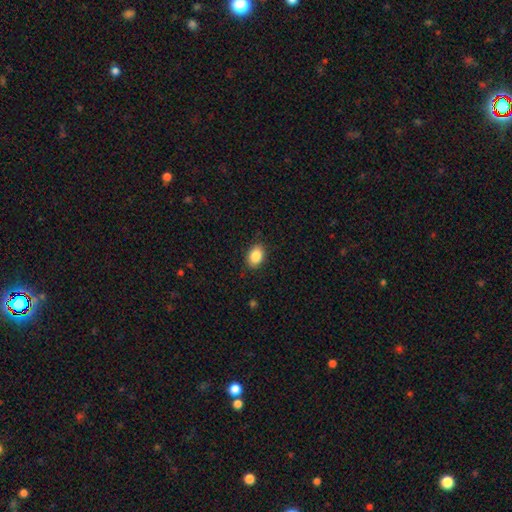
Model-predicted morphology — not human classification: smooth 87%, star or artifact 8%, featured or disk 5%. Down the decision tree: how rounded — in between (79%); merging — none (86%).